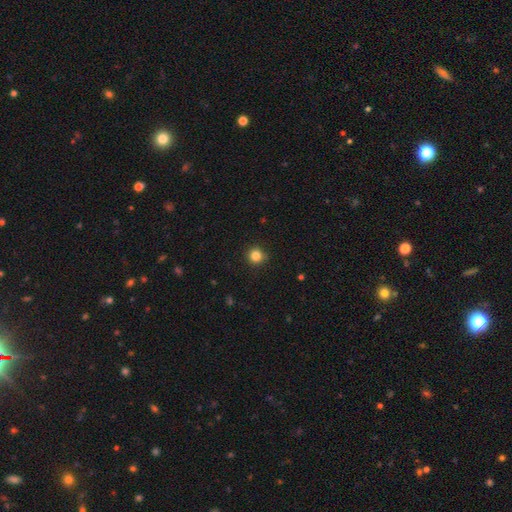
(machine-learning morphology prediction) This is clearly a smooth galaxy (84%). How rounded: clearly round (95%). Merging: clearly none (91%).